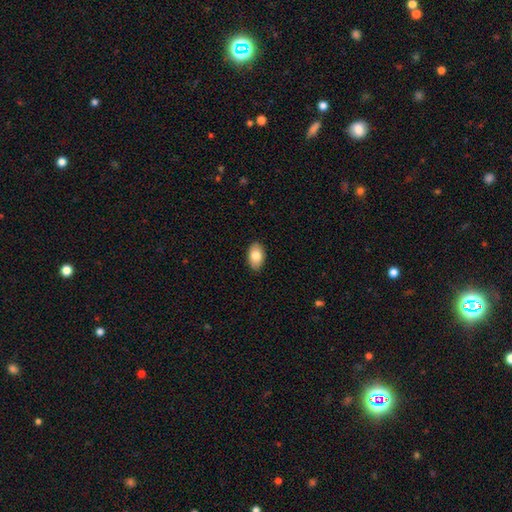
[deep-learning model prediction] Morphology: type=smooth (83%); roundness=in between (92%); merging=none (88%).